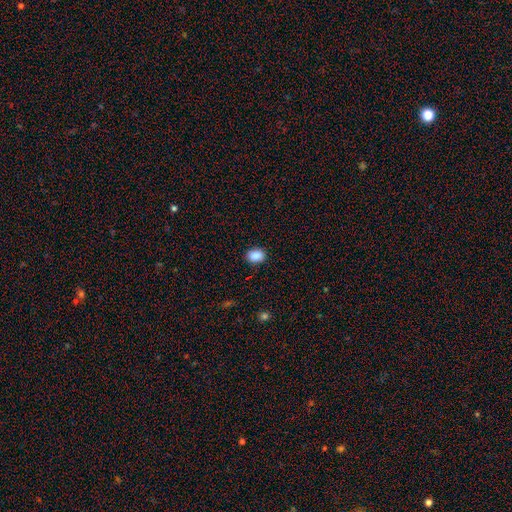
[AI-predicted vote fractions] This appears to be a smooth galaxy with no disk features (88%) that is in between round and cigar-shaped (62%). Merging: none (88%).